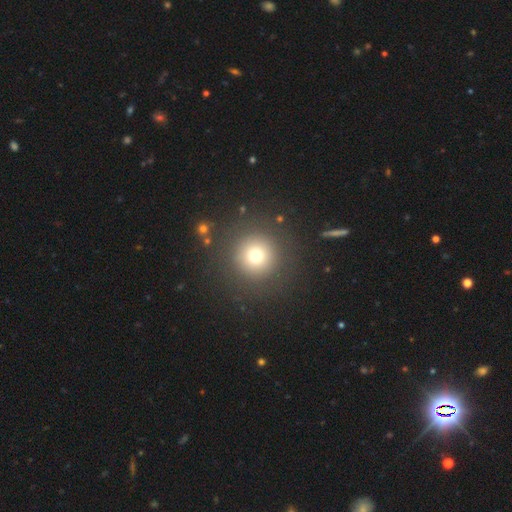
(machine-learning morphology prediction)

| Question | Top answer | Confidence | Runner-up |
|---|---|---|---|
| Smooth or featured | smooth | 73% | star or artifact (18%) |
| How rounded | round | 96% | in between (3%) |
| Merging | none | 88% | minor disturbance (6%) |